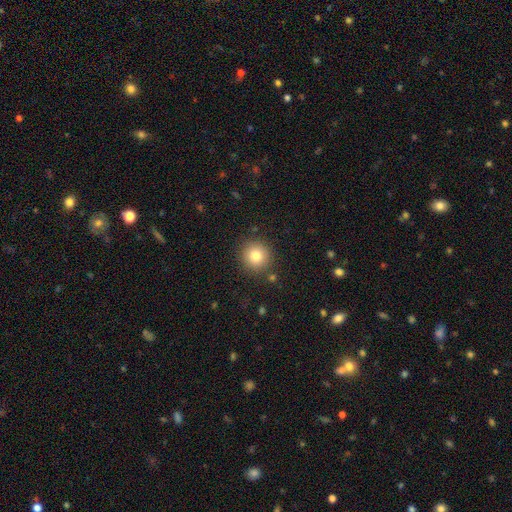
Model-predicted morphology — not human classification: A smooth galaxy with no disk features (79%) that is round (95%). Merging: none (88%).